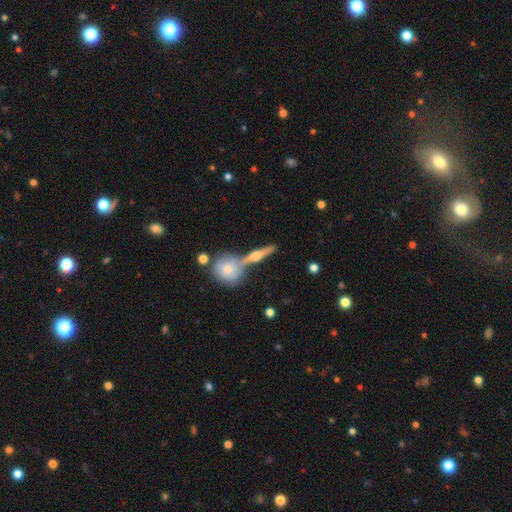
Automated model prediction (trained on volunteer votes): Q: Smooth or featured?
A: featured or disk (68%); runner-up: smooth (25%)
Q: Edge-on disk?
A: yes (94%); runner-up: no (6%)
Q: Edge-on bulge?
A: rounded (94%); runner-up: boxy (4%)
Q: Merging?
A: none (67%); runner-up: merger (20%)